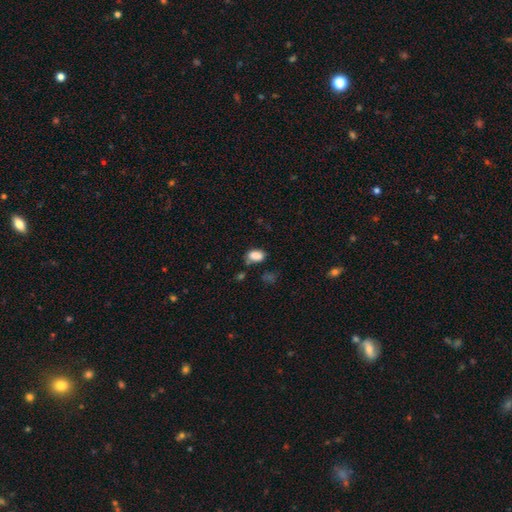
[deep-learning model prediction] smooth 86%, star or artifact 10%, featured or disk 5%. Down the decision tree: how rounded — in between (87%); merging — none (61%).